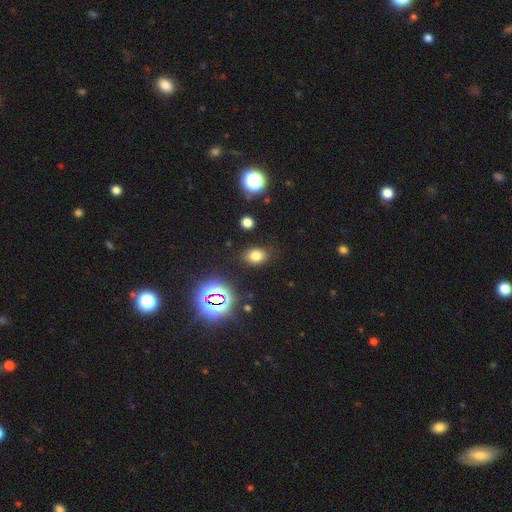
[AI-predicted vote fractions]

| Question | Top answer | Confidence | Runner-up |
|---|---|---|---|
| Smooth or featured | smooth | 73% | star or artifact (19%) |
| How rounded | in between | 68% | round (31%) |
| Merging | none | 83% | minor disturbance (11%) |